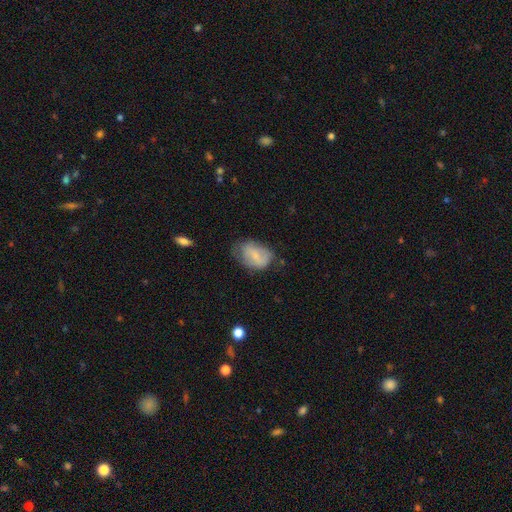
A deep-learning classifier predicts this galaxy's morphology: smooth 62%, featured or disk 30%, star or artifact 8%. Down the decision tree: how rounded — in between (82%); merging — none (48%).